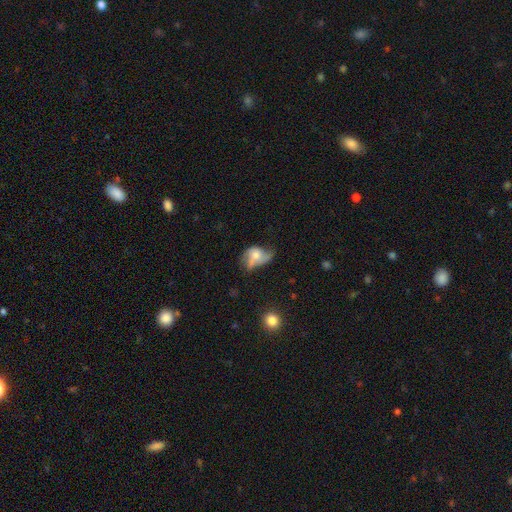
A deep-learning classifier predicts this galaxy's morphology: Smooth or featured? featured or disk (46%)
Merging? major disturbance (34%)